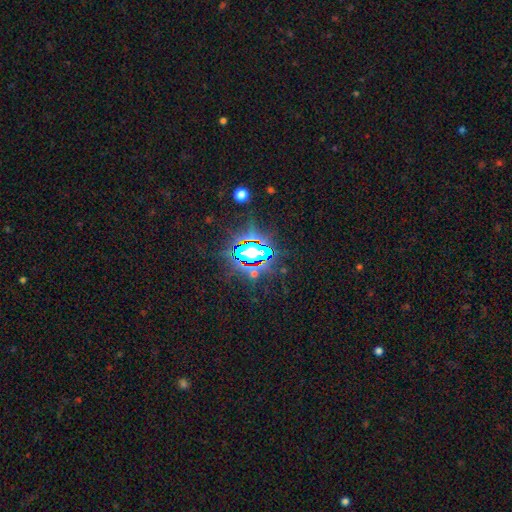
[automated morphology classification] type=star or artifact (74%).